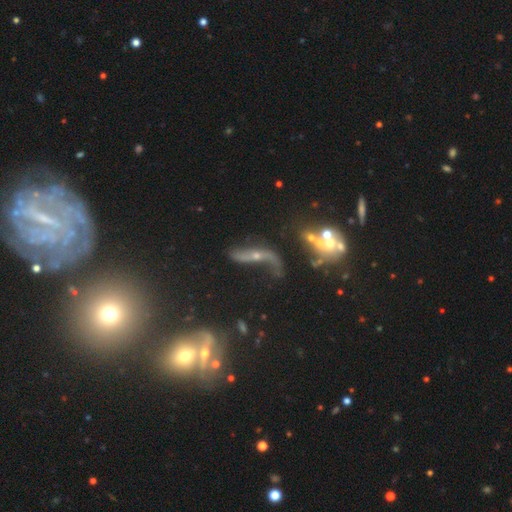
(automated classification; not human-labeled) Smooth or featured: featured or disk — 70% (smooth — 16%)
Edge-on disk: no — 78% (yes — 22%)
Bar: no — 62% (weak — 23%)
Spiral arms: yes — 75% (no — 25%)
Bulge size: small — 61% (moderate — 24%)
Merging: none — 35% (major disturbance — 29%)